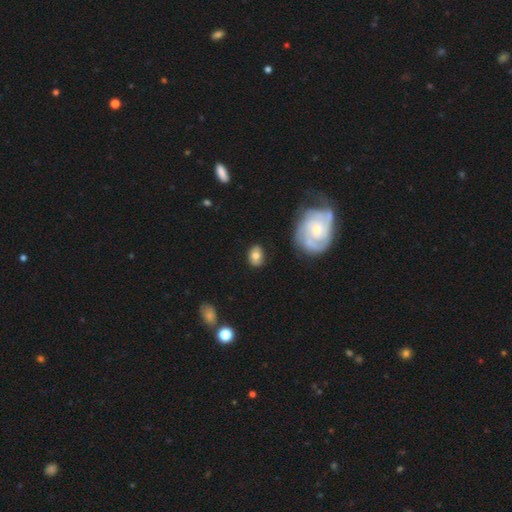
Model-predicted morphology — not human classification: This appears to be a smooth galaxy with no disk features (64%) that is in between round and cigar-shaped (69%). Merging: none (79%).